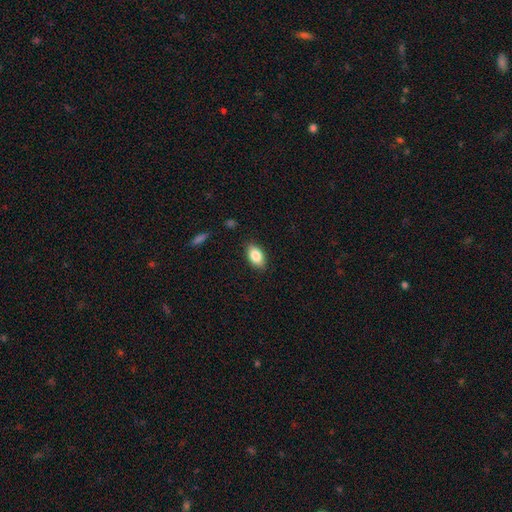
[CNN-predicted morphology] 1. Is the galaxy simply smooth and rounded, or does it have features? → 85% smooth, 8% featured or disk, 7% star or artifact.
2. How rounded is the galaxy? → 92% in between, 6% round, 3% cigar-shaped.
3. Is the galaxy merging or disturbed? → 86% none, 10% minor disturbance, 2% major disturbance, 1% merger.